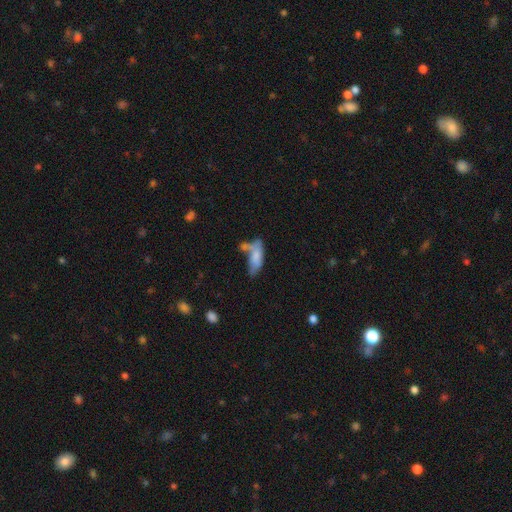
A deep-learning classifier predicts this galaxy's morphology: Smooth or featured: smooth — 69% (featured or disk — 22%)
How rounded: in between — 71% (cigar-shaped — 26%)
Merging: merger — 34% (none — 30%)